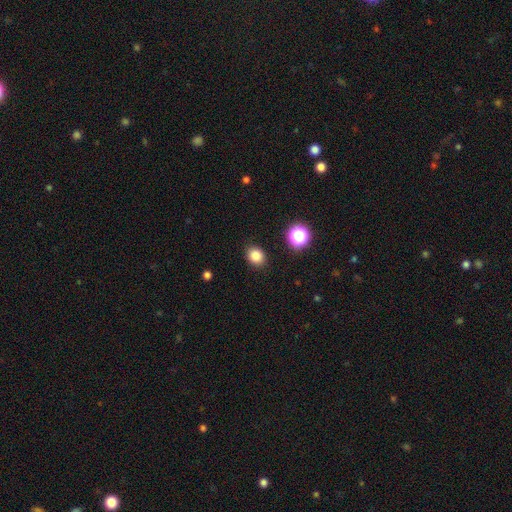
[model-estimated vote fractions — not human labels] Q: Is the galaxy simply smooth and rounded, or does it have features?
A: smooth — 83%.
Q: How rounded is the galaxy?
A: round — 60%.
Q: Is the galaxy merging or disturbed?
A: none — 88%.